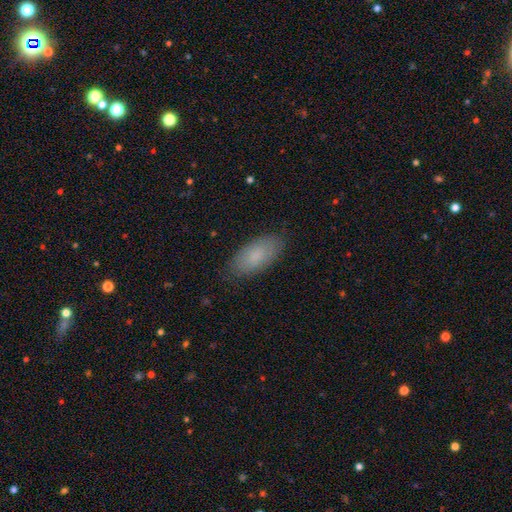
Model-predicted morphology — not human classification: smooth 81%, featured or disk 12%, star or artifact 7%. Down the decision tree: how rounded — in between (89%); merging — none (83%).